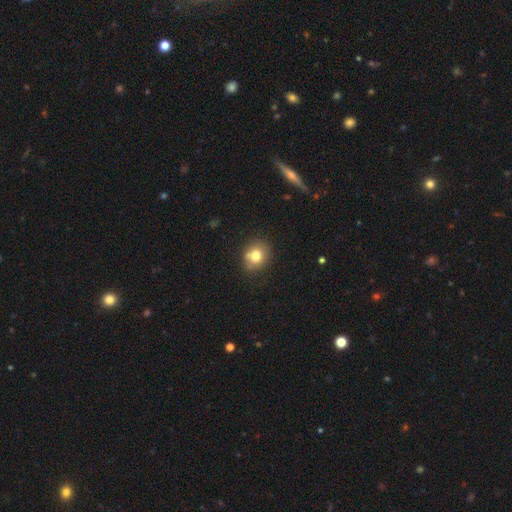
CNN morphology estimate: This appears to be a smooth galaxy with no disk features (74%) that is round (71%). Merging: none (71%).